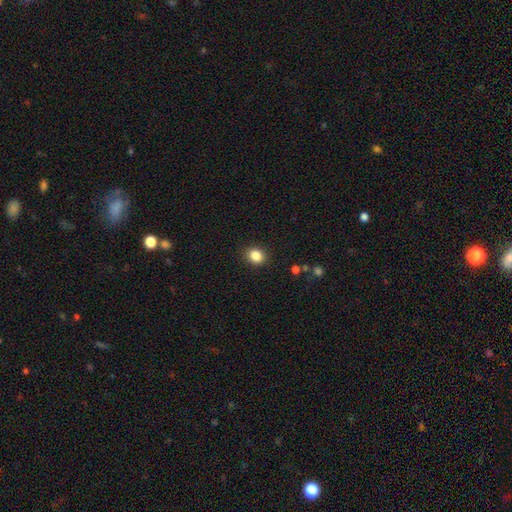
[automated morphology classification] Smooth or featured: smooth — 85% (star or artifact — 10%)
How rounded: round — 63% (in between — 36%)
Merging: none — 89% (minor disturbance — 7%)